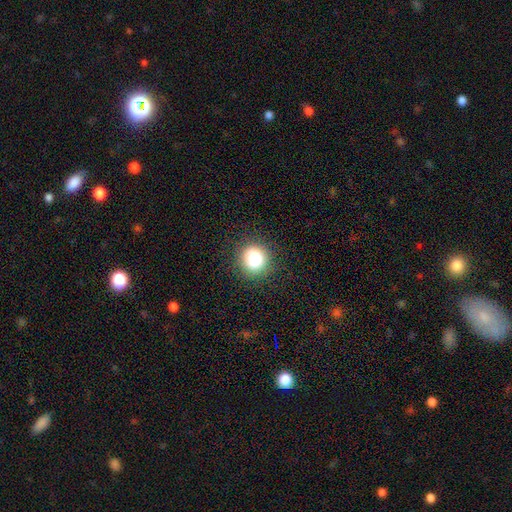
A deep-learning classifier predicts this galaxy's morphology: Smooth or featured?
  - smooth: 85% *
  - star or artifact: 11%
  - featured or disk: 4%
How rounded?
  - round: 88% *
  - in between: 11%
  - cigar-shaped: 1%
Merging?
  - none: 88% *
  - minor disturbance: 8%
  - major disturbance: 3%
  - merger: 1%